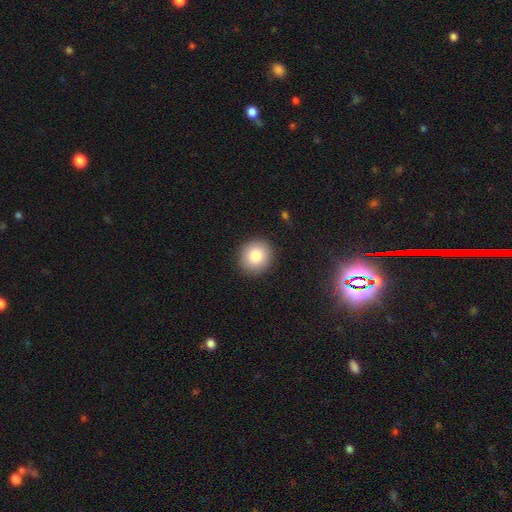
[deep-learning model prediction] Morphology: type=smooth (85%); roundness=round (88%); merging=none (91%).